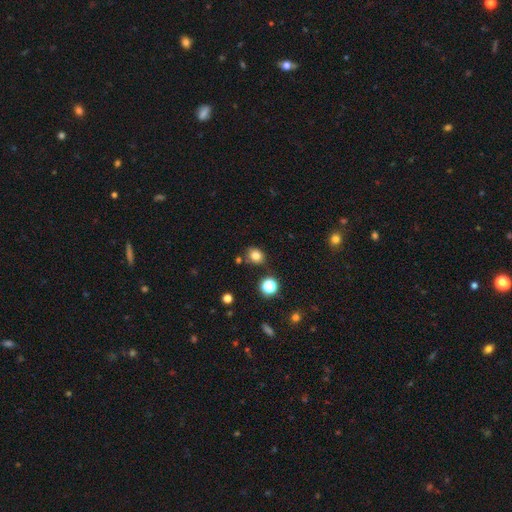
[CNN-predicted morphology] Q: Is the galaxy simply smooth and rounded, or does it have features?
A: smooth — 80%.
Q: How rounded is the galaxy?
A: round — 60%.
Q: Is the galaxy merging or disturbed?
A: none — 80%.